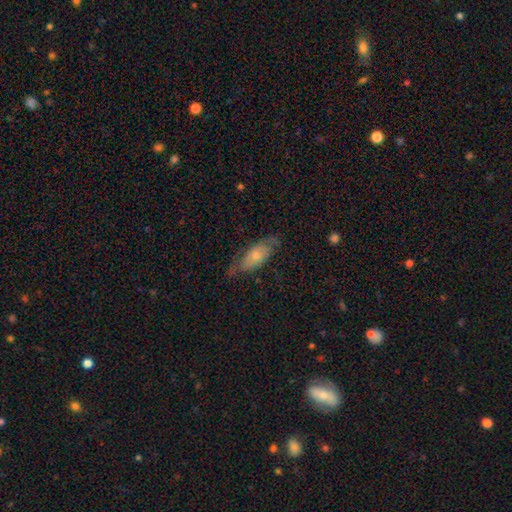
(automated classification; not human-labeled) Overall: smooth (47%; featured or disk 46%). Merging: none (60%; minor disturbance 27%).